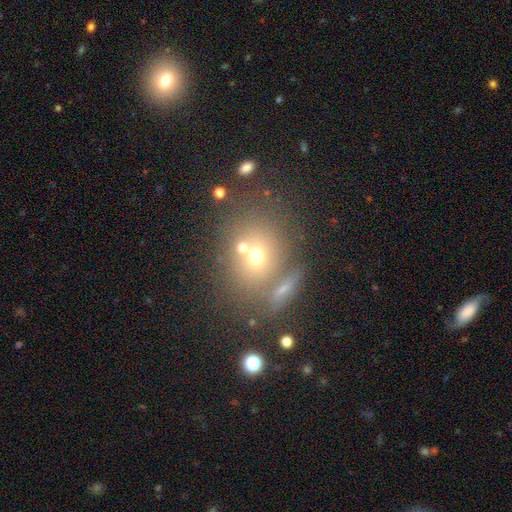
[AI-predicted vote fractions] The model was most divided on "merging": none: 49%, merger: 33%, minor disturbance: 11%, major disturbance: 7%. More confident: how rounded — round (63%); smooth or featured — smooth (59%).